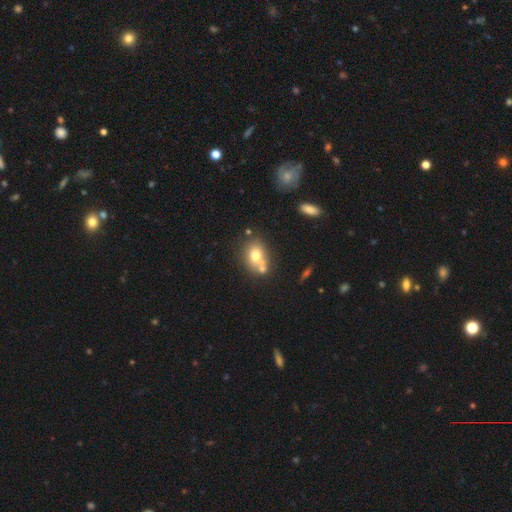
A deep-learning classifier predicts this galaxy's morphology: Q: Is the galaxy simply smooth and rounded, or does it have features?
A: smooth — 68%.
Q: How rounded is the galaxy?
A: in between — 56%.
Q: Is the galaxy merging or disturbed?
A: none — 45%.